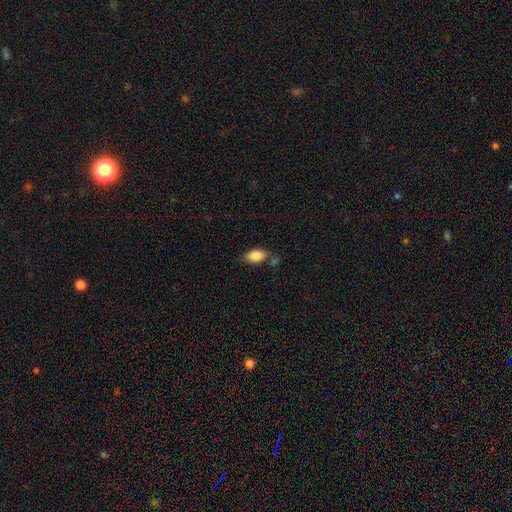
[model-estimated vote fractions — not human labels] Morphology: type=smooth (85%); roundness=in between (90%); merging=none (63%).